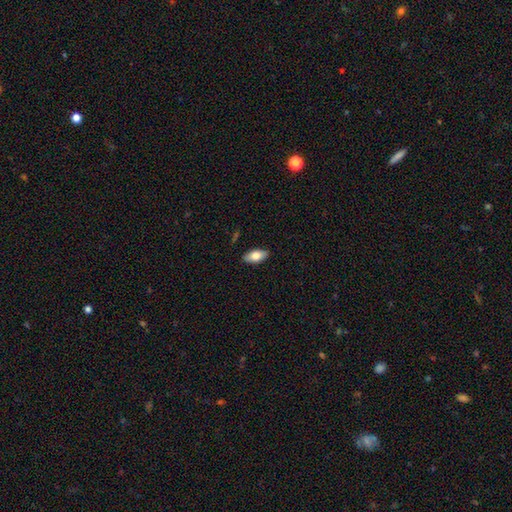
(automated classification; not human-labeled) smooth_or_featured: smooth (p=0.78) [alt: featured or disk p=0.15]
how_rounded: in between (p=0.91) [alt: cigar-shaped p=0.05]
merging: none (p=0.89) [alt: minor disturbance p=0.08]